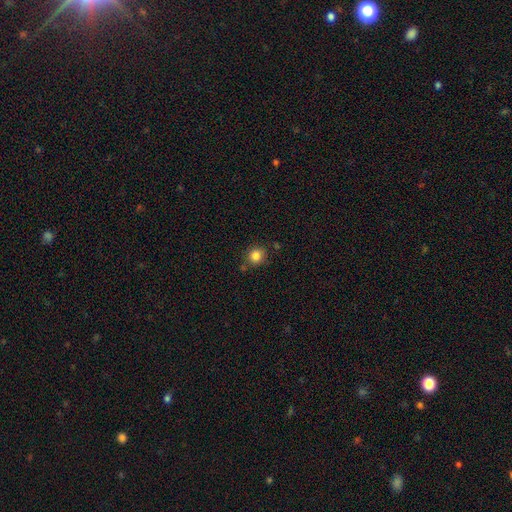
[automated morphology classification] Q: Smooth or featured?
A: smooth (83%); runner-up: star or artifact (11%)
Q: How rounded?
A: round (85%); runner-up: in between (14%)
Q: Merging?
A: none (77%); runner-up: minor disturbance (14%)